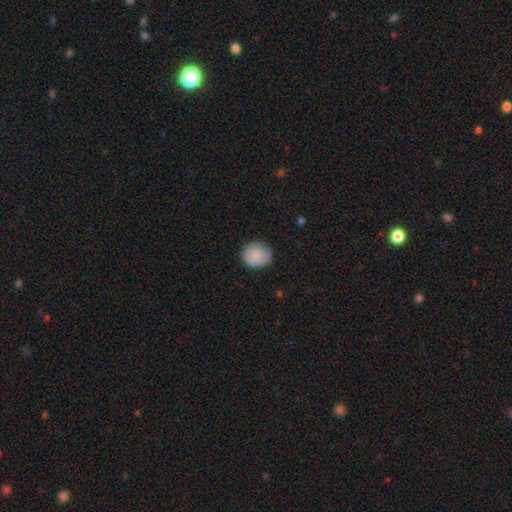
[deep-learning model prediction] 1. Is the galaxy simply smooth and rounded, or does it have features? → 88% smooth, 7% star or artifact, 5% featured or disk.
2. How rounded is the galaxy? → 80% round, 19% in between, 1% cigar-shaped.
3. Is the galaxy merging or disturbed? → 84% none, 13% minor disturbance, 3% major disturbance, 1% merger.